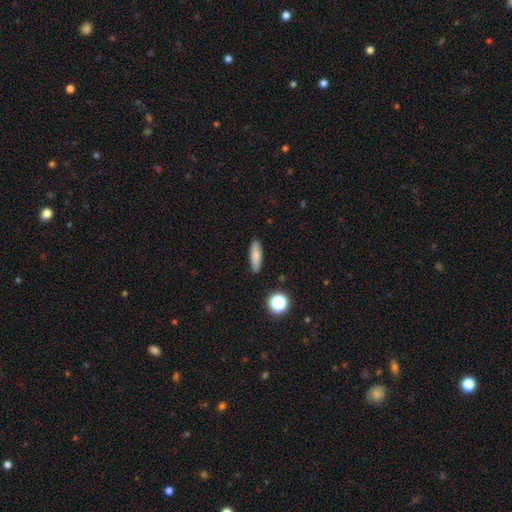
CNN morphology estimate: Smooth or featured? smooth (80%)
How rounded? cigar-shaped (59%)
Merging? none (85%)